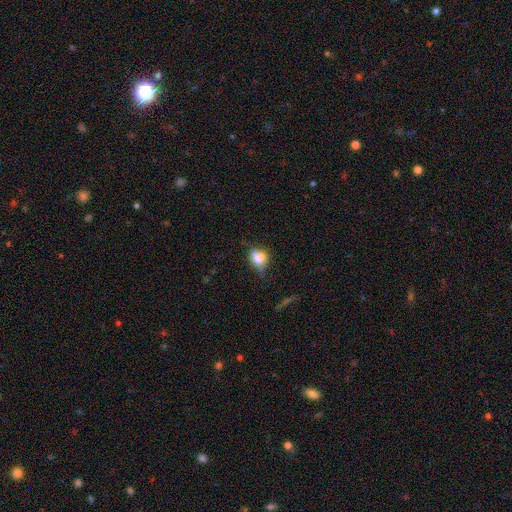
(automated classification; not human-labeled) Smooth or featured? Predicted: smooth (p=0.72). How rounded? Predicted: in between (p=0.51). Merging? Predicted: none (p=0.43).